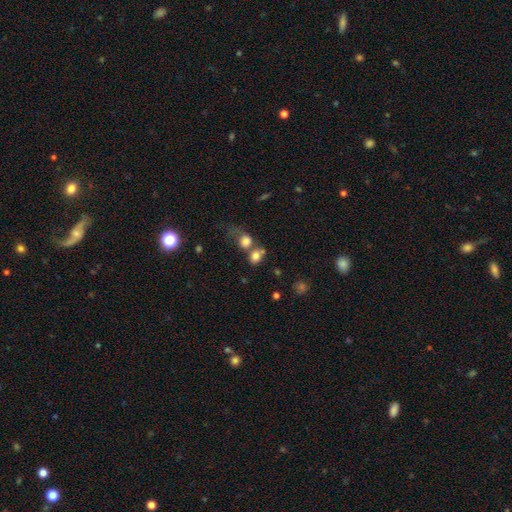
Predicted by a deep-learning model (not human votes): Smooth or featured? Predicted: smooth (p=0.78). How rounded? Predicted: round (p=0.54). Merging? Predicted: merger (p=0.42).